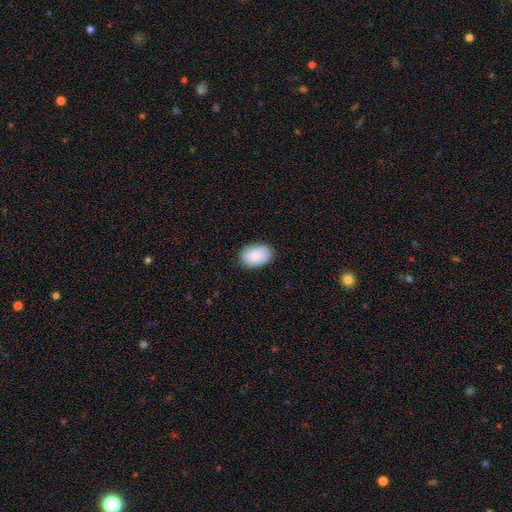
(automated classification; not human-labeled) This appears to be a smooth galaxy with no disk features (85%) that is in between round and cigar-shaped (87%). Merging: none (83%).